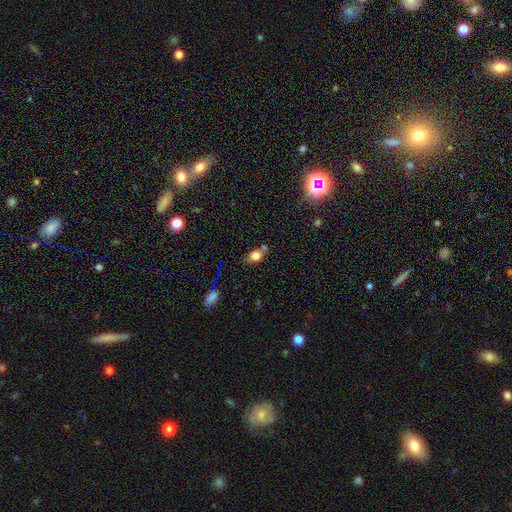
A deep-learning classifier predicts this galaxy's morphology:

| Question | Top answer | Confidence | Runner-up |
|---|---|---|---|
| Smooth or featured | smooth | 73% | featured or disk (14%) |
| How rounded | in between | 71% | round (25%) |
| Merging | none | 58% | minor disturbance (20%) |